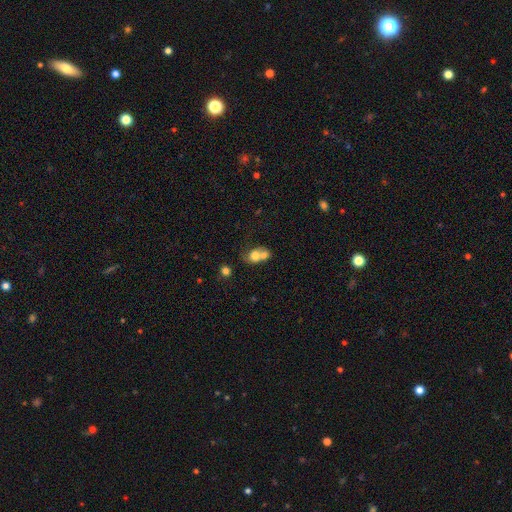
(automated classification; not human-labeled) This appears to be a smooth galaxy with no disk features (70%) that is round (58%). Merging: merger (69%).